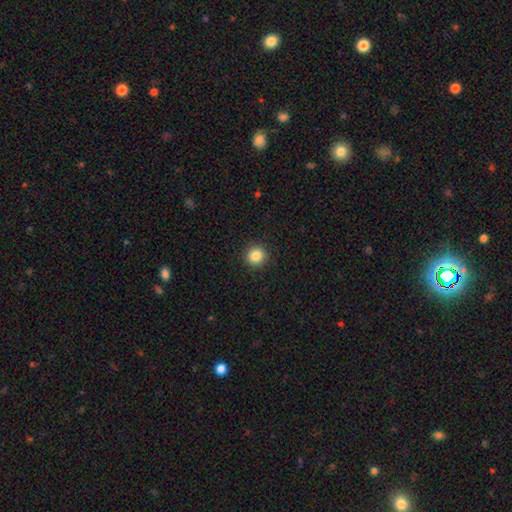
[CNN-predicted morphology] This appears to be a smooth galaxy with no disk features (85%) that is round (93%). Merging: none (92%).